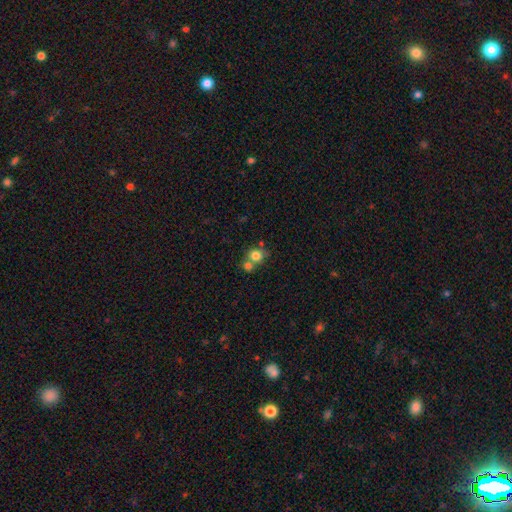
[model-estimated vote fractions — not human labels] smooth-or-featured: smooth: 79% | featured or disk: 11% | star or artifact: 11%
  how-rounded: round: 78% | in between: 21% | cigar-shaped: 1%
  merging: merger: 46% | none: 42% | minor disturbance: 8% | major disturbance: 4%